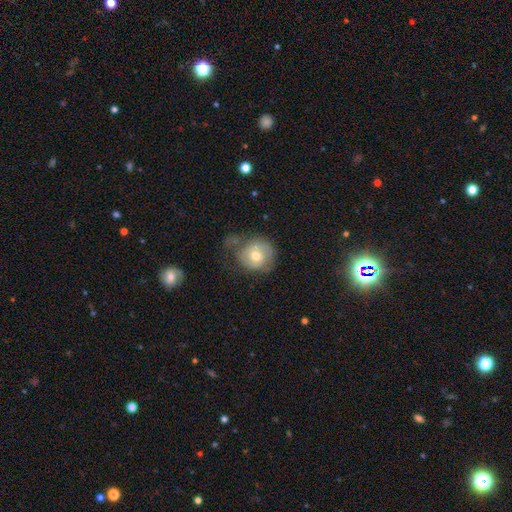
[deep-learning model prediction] Overall: featured or disk (48%; smooth 44%). Merging: none (47%; minor disturbance 27%).